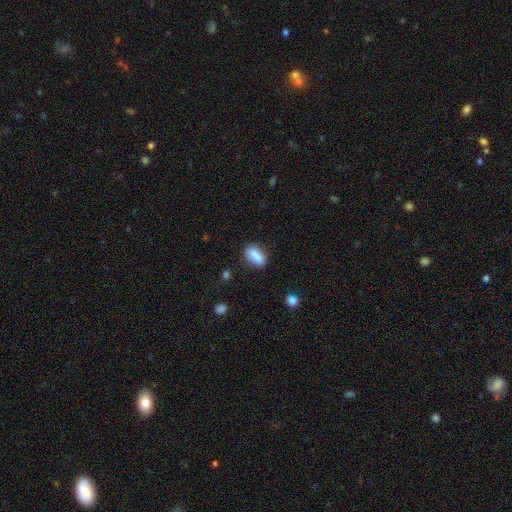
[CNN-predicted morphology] type=smooth (85%); roundness=in between (82%); merging=none (73%).